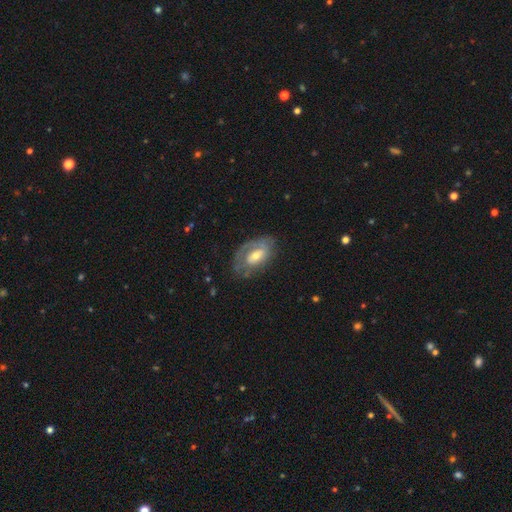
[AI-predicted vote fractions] Smooth or featured? featured or disk (63%)
Edge-on disk? no (93%)
Bar? no (57%)
Spiral arms? yes (64%)
Bulge size? moderate (55%)
Merging? none (60%)